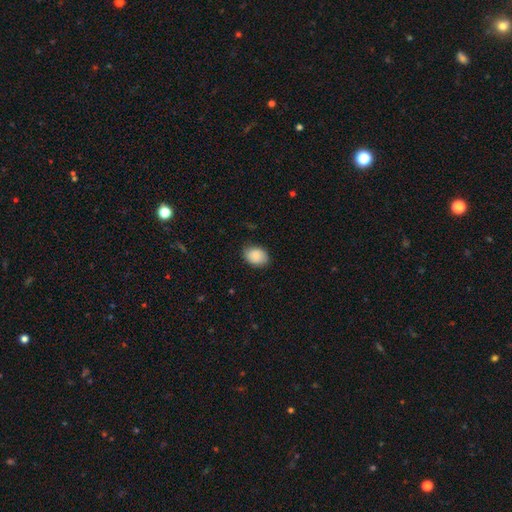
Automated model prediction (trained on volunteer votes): Q: Smooth or featured?
A: smooth (86%); runner-up: featured or disk (7%)
Q: How rounded?
A: in between (67%); runner-up: round (32%)
Q: Merging?
A: none (80%); runner-up: minor disturbance (16%)